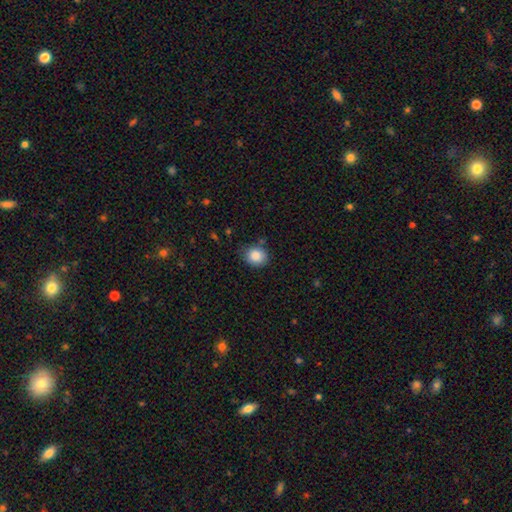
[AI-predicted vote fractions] A smooth galaxy with no disk features (87%) that is round (65%).

Vote fractions:
- Smooth or featured? smooth: 87% / star or artifact: 9% / featured or disk: 4%
- How rounded? round: 65% / in between: 34% / cigar-shaped: 1%
- Merging? none: 78% / minor disturbance: 16% / major disturbance: 3% / merger: 3%